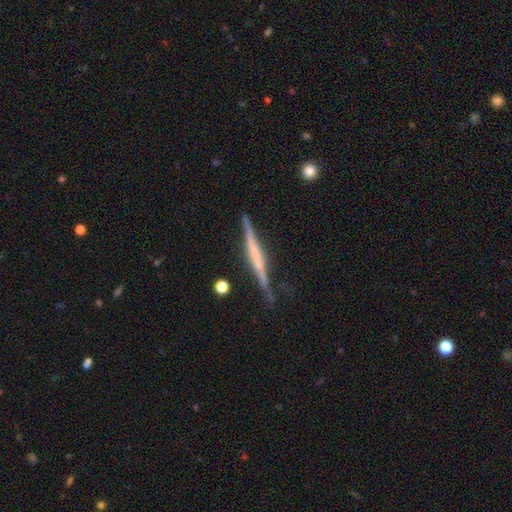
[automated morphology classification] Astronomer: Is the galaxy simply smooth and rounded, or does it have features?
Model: featured or disk — 71%.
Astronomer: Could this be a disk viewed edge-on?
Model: yes — 98%.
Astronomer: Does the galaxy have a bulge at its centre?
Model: none — 48% (runner-up: rounded, 28%).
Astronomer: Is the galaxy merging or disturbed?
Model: none — 81%.